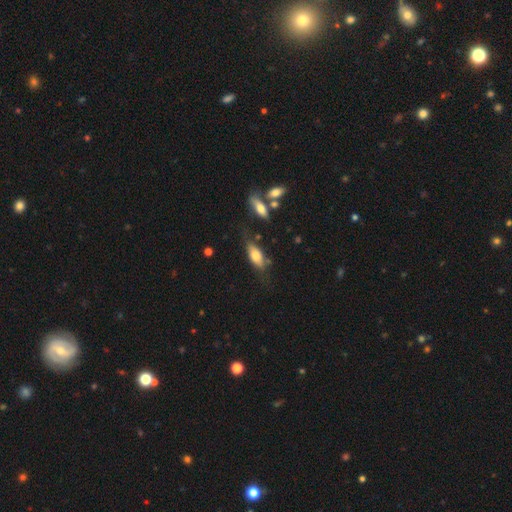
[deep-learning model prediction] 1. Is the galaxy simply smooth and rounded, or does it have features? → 74% smooth, 19% featured or disk, 7% star or artifact.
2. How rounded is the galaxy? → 81% in between, 16% cigar-shaped, 3% round.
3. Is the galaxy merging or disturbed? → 58% none, 25% minor disturbance, 9% major disturbance, 7% merger.